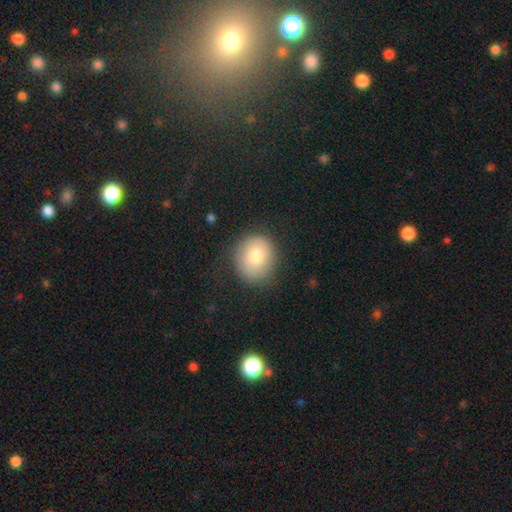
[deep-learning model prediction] Smooth or featured? Predicted: smooth (p=0.77). How rounded? Predicted: round (p=0.79). Merging? Predicted: none (p=0.79).